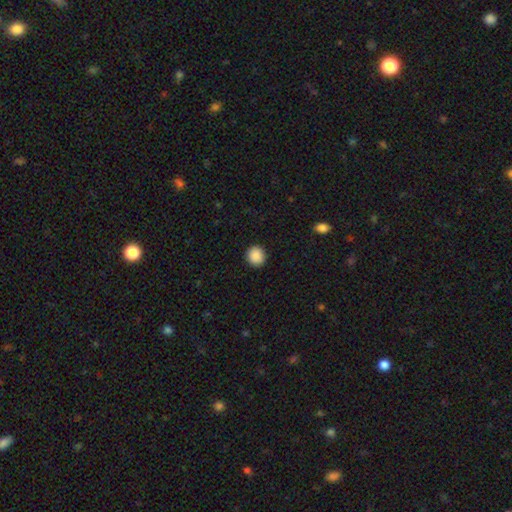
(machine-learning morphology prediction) This is clearly a smooth galaxy (89%). How rounded: clearly round (89%). Merging: clearly none (92%).